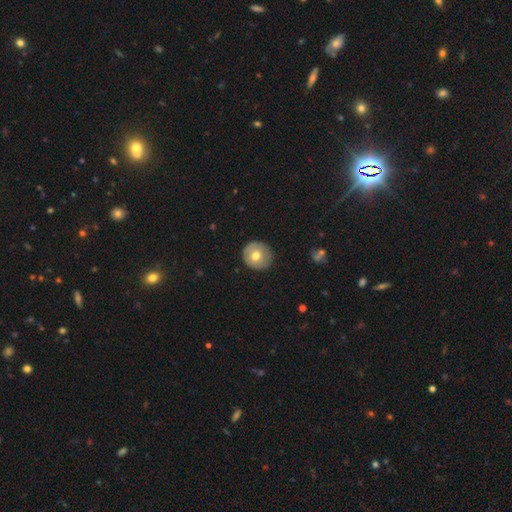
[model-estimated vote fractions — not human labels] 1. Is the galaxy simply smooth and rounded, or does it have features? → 68% smooth, 25% featured or disk, 7% star or artifact.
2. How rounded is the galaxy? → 91% round, 8% in between, 1% cigar-shaped.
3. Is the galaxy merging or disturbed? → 87% none, 10% minor disturbance, 2% major disturbance, 1% merger.